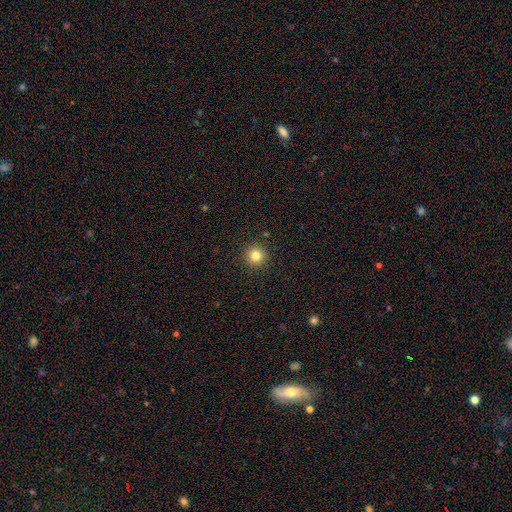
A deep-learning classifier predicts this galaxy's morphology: smooth_or_featured: smooth (p=0.81) [alt: star or artifact p=0.13]
how_rounded: round (p=0.94) [alt: in between p=0.05]
merging: none (p=0.92) [alt: minor disturbance p=0.05]